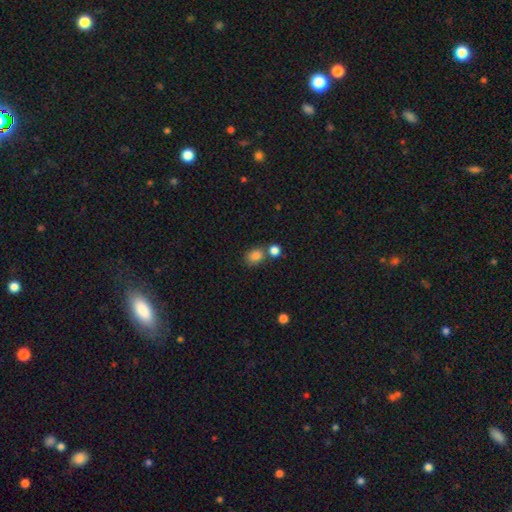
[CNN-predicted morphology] Overall: smooth (83%). How rounded: in between (50%; round 48%). Merging: none (59%; merger 26%).